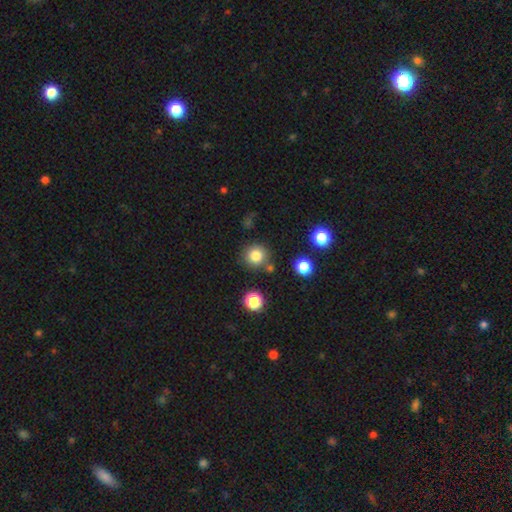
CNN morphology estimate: Smooth or featured? Predicted: smooth (p=0.81). How rounded? Predicted: round (p=0.93). Merging? Predicted: none (p=0.82).